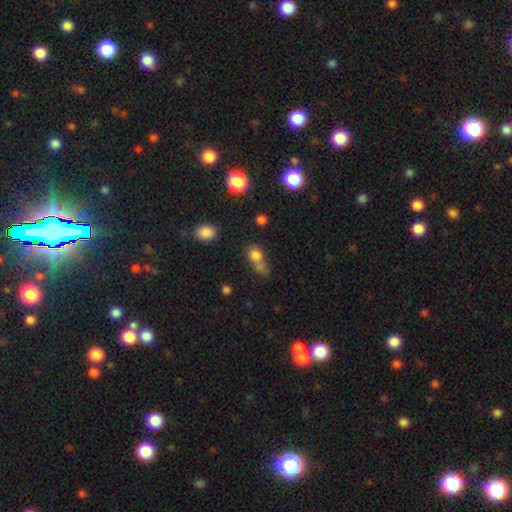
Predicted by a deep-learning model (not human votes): A smooth galaxy with no disk features (75%) that is round (60%).

Vote fractions:
- Smooth or featured? smooth: 75% / star or artifact: 15% / featured or disk: 10%
- How rounded? round: 60% / in between: 36% / cigar-shaped: 4%
- Merging? merger: 46% / none: 32% / minor disturbance: 13% / major disturbance: 10%